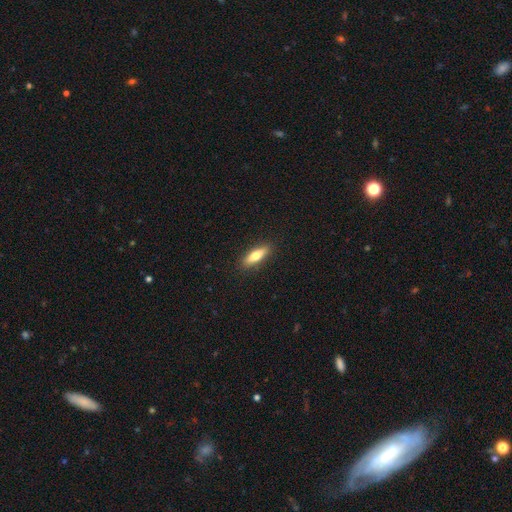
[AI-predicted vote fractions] Smooth or featured: smooth — 69% (featured or disk — 25%)
How rounded: cigar-shaped — 53% (in between — 45%)
Merging: none — 89% (minor disturbance — 8%)